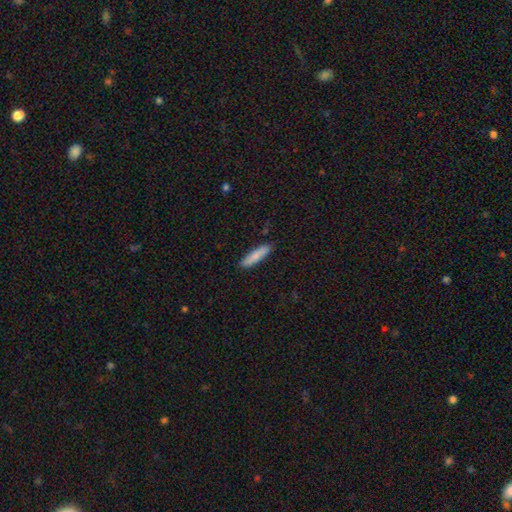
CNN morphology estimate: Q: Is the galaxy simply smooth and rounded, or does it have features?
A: smooth — 83%.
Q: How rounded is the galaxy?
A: cigar-shaped — 82%.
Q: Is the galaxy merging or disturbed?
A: none — 89%.